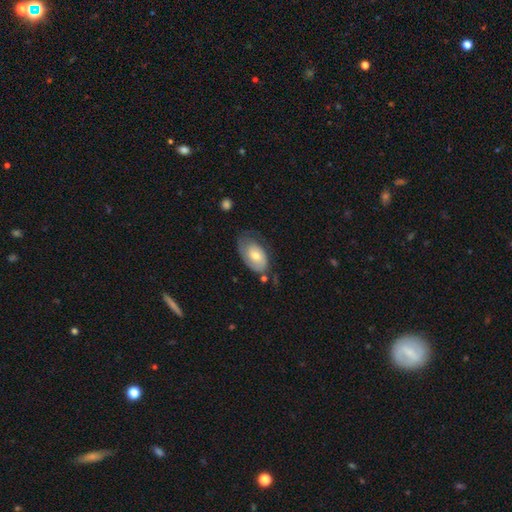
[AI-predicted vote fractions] smooth-or-featured: featured or disk: 51% | smooth: 42% | star or artifact: 7%
  disk-edge-on: no: 94% | yes: 6%
  merging: none: 53% | minor disturbance: 29% | major disturbance: 15% | merger: 3%